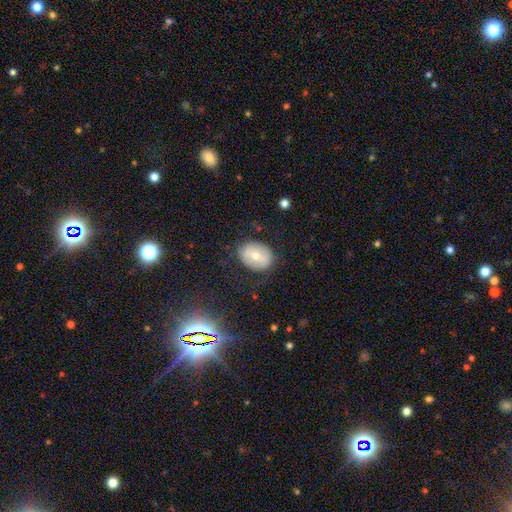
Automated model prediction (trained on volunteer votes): smooth 59%, featured or disk 33%, star or artifact 8%. Down the decision tree: how rounded — in between (51%); merging — none (78%).